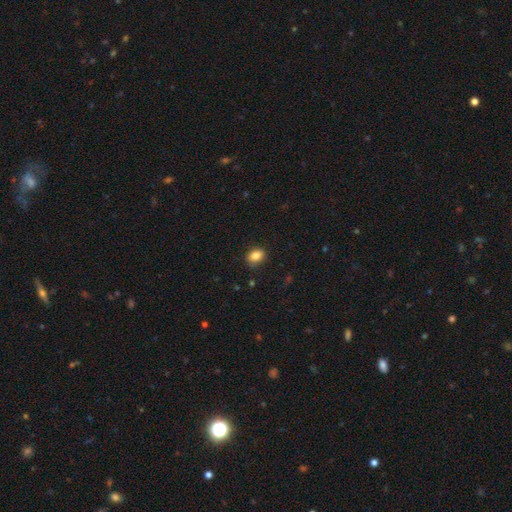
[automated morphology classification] Overall: smooth (85%). How rounded: in between (65%; round 34%). Merging: none (84%).